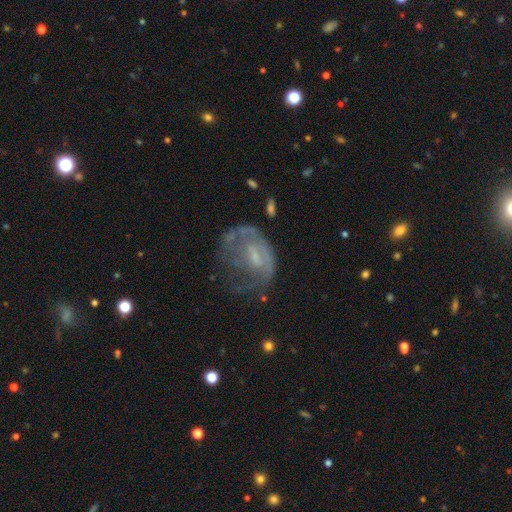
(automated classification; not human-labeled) Smooth or featured?
  - featured or disk: 66% *
  - smooth: 24%
  - star or artifact: 10%
Edge-on disk?
  - no: 96% *
  - yes: 4%
Bar?
  - no: 44% * (tied)
  - weak: 44% * (tied)
  - strong: 12%
Spiral arms?
  - yes: 58% *
  - no: 42%
Bulge size?
  - small: 44% *
  - none: 26%
  - moderate: 26%
  - large: 3%
  - dominant: 1%
Merging?
  - major disturbance: 38% *
  - none: 36%
  - minor disturbance: 22%
  - merger: 3%